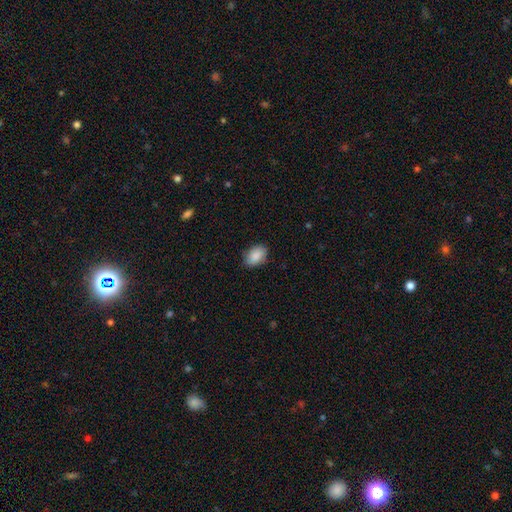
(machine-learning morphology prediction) Smooth or featured?
  - smooth: 88% *
  - star or artifact: 6%
  - featured or disk: 5%
How rounded?
  - in between: 88% *
  - round: 11%
  - cigar-shaped: 1%
Merging?
  - none: 82% *
  - minor disturbance: 14%
  - major disturbance: 3%
  - merger: 1%